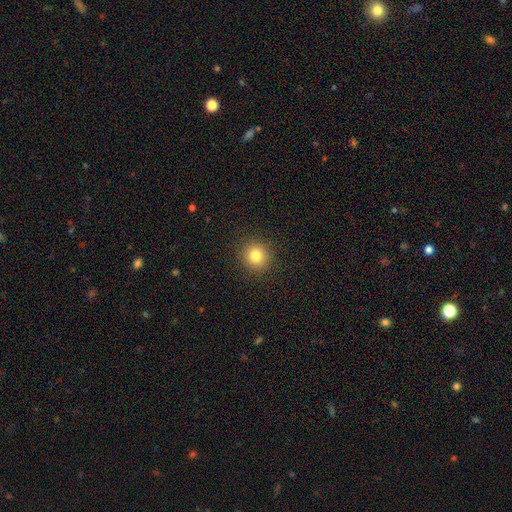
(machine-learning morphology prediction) A smooth galaxy with no disk features (81%) that is round (93%).

Vote fractions:
- Smooth or featured? smooth: 81% / star or artifact: 12% / featured or disk: 7%
- How rounded? round: 93% / in between: 6% / cigar-shaped: 1%
- Merging? none: 92% / minor disturbance: 5% / major disturbance: 2% / merger: 1%